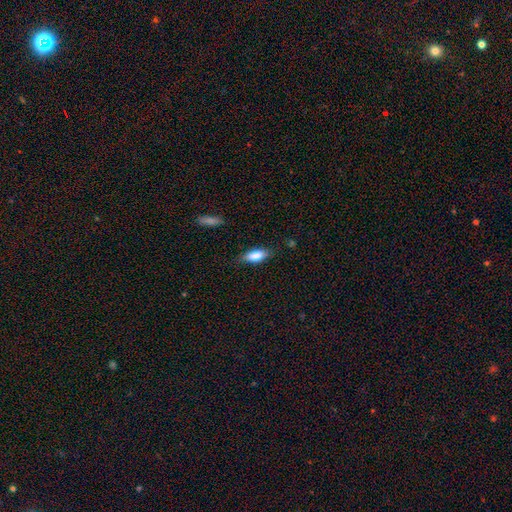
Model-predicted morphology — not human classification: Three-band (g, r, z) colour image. It shows a smooth galaxy with no disk features (81%) that is in between round and cigar-shaped (74%). Merging: none (80%).